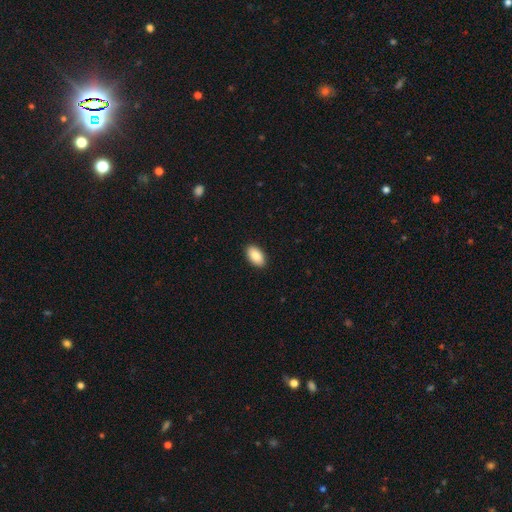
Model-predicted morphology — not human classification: Overall: smooth (88%). How rounded: in between (95%). Merging: none (91%).